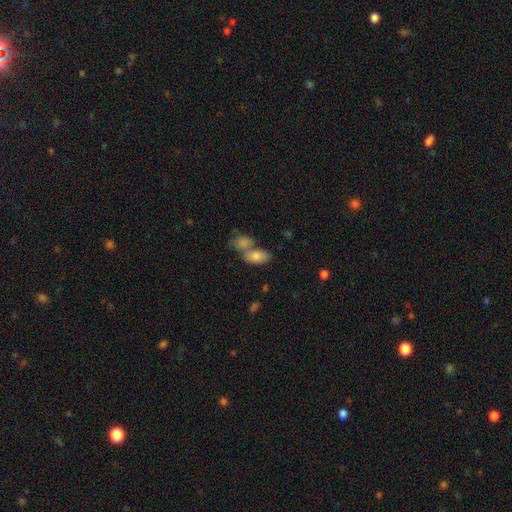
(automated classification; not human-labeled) A smooth galaxy with no disk features (81%) that is in between round and cigar-shaped (91%). Merging: merger (57%).